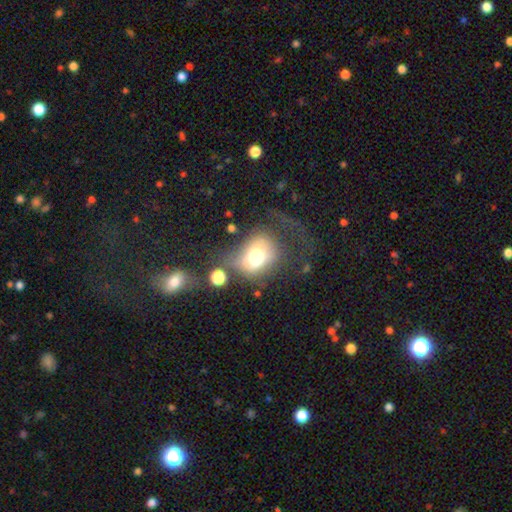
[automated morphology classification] Smooth or featured: smooth — 63% (featured or disk — 25%)
How rounded: round — 54% (in between — 45%)
Merging: major disturbance — 44% (none — 27%)